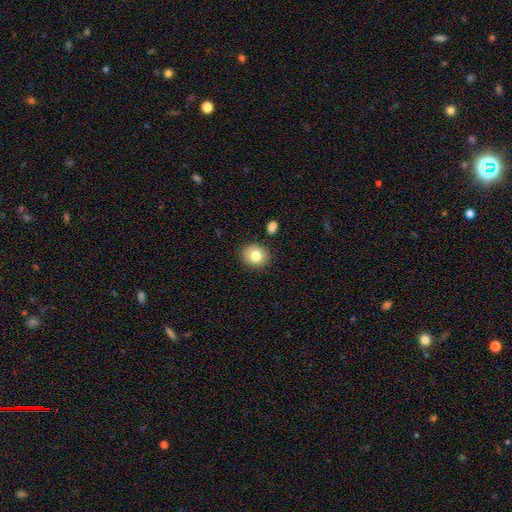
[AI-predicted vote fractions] Overall: smooth (80%). How rounded: round (74%). Merging: none (86%).